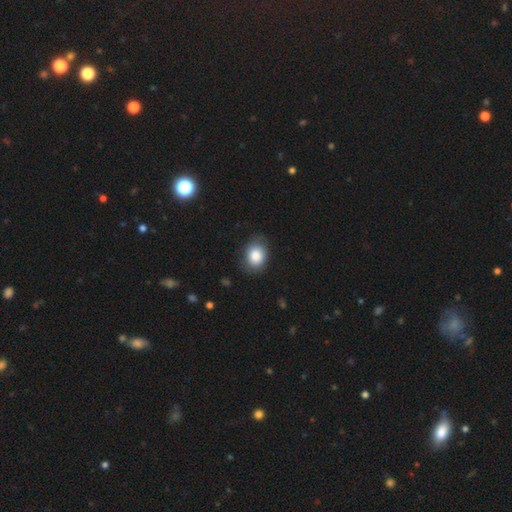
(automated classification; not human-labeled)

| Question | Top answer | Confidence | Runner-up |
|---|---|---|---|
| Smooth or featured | smooth | 85% | featured or disk (8%) |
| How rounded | in between | 58% | round (41%) |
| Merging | none | 78% | minor disturbance (17%) |